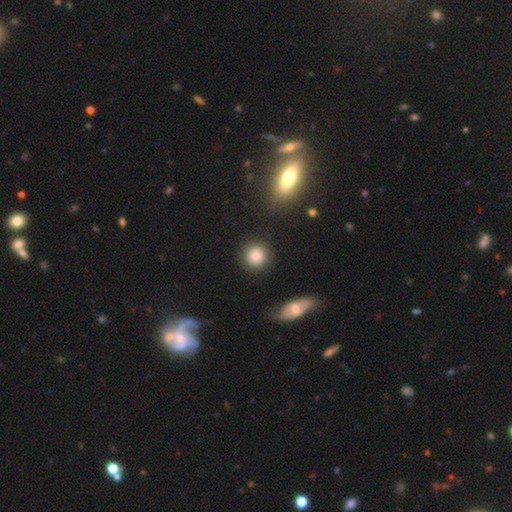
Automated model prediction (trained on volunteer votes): Morphology: type=smooth (85%); roundness=round (90%); merging=none (86%).